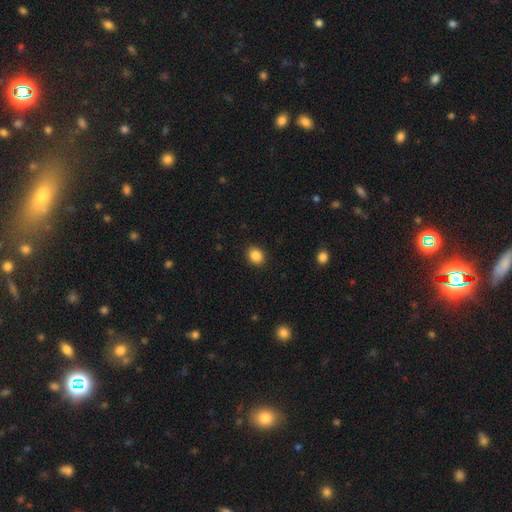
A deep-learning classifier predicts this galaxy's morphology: Overall: smooth (87%). How rounded: round (53%; in between 47%). Merging: none (90%).